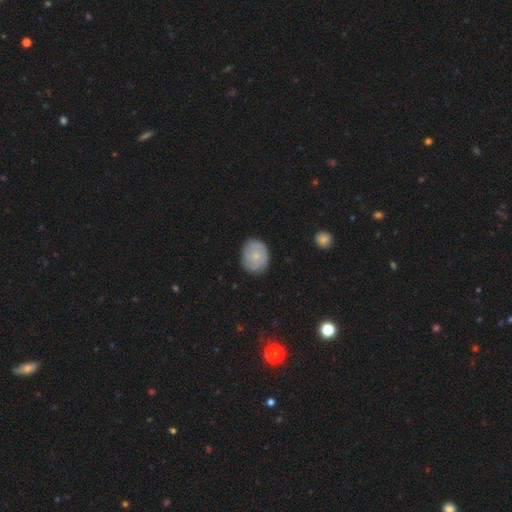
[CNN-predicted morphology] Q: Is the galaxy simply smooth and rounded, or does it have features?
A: smooth — 56%.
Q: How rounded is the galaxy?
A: round — 57%.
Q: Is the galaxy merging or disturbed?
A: none — 80%.